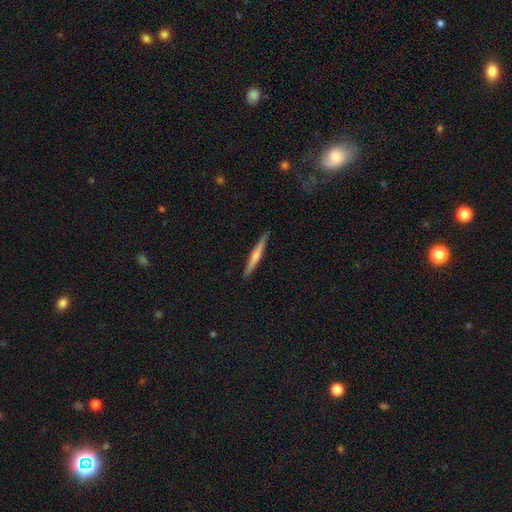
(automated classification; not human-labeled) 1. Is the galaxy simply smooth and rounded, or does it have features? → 50% smooth, 45% featured or disk, 5% star or artifact.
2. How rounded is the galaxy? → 96% cigar-shaped, 3% in between, 1% round.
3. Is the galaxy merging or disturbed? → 91% none, 7% minor disturbance, 1% major disturbance, 1% merger.